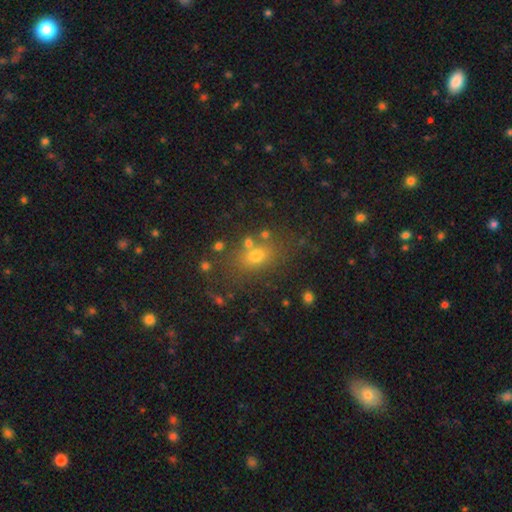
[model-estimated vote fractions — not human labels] This appears to be a smooth galaxy with no disk features (69%) that is in between round and cigar-shaped (67%). Merging: none (70%).